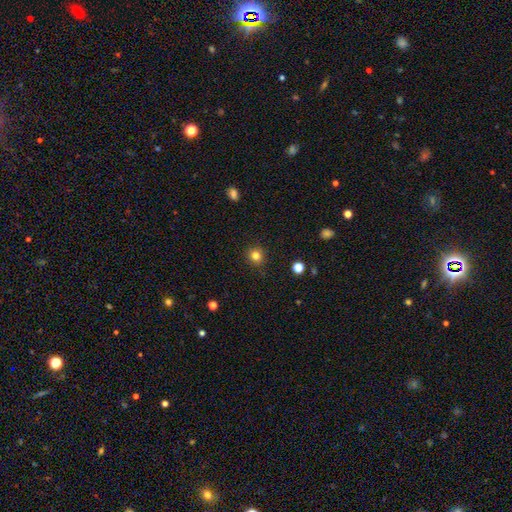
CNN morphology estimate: type=smooth (81%); roundness=round (91%); merging=none (89%).